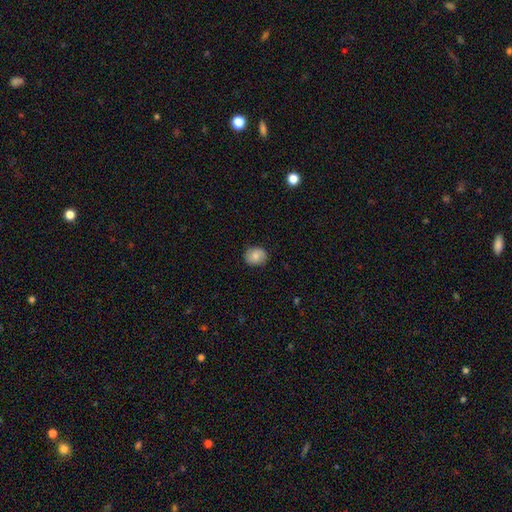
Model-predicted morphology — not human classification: Smooth or featured? smooth (79%)
How rounded? round (66%)
Merging? none (86%)